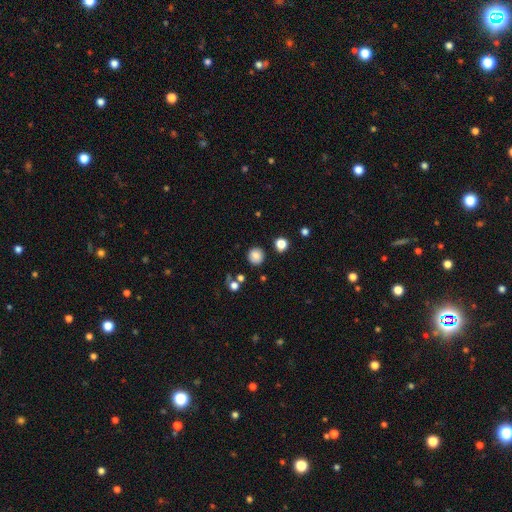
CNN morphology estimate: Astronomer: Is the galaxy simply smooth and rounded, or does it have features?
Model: smooth — 82%.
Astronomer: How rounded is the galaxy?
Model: round — 92%.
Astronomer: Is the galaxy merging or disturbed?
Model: none — 87%.